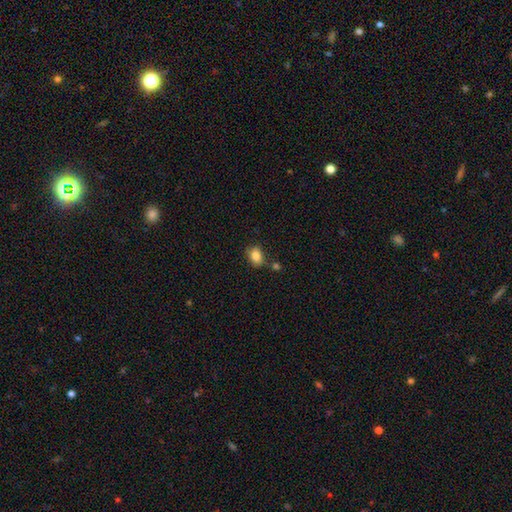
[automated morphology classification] Smooth or featured? smooth (84%)
How rounded? in between (72%)
Merging? none (70%)